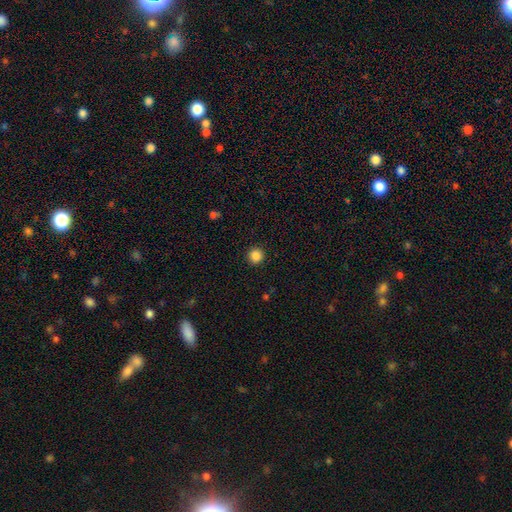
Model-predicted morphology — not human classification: smooth 85%, star or artifact 11%, featured or disk 4%. Down the decision tree: how rounded — round (95%); merging — none (93%).